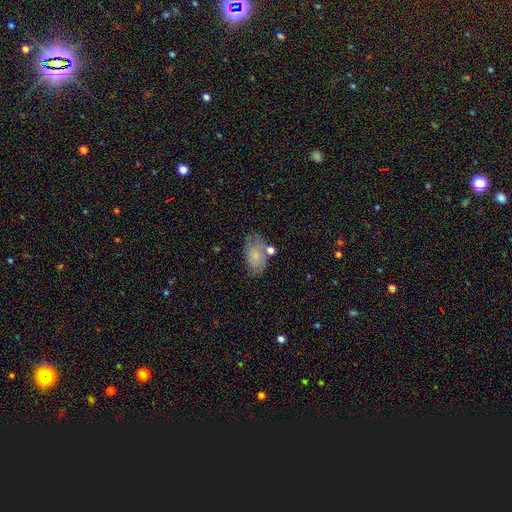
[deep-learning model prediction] A smooth galaxy with no disk features (60%) that is in between round and cigar-shaped (90%).

Vote fractions:
- Smooth or featured? smooth: 60% / featured or disk: 32% / star or artifact: 8%
- How rounded? in between: 90% / round: 8% / cigar-shaped: 2%
- Merging? none: 55% / minor disturbance: 24% / merger: 12% / major disturbance: 9%